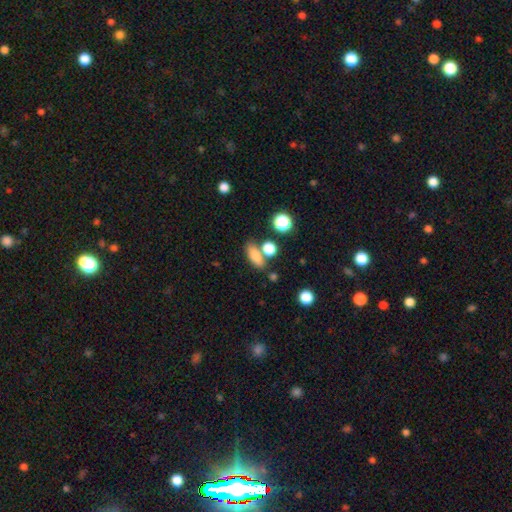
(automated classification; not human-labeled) This appears to be a smooth galaxy with no disk features (81%) that is in between round and cigar-shaped (69%). Merging: none (66%).